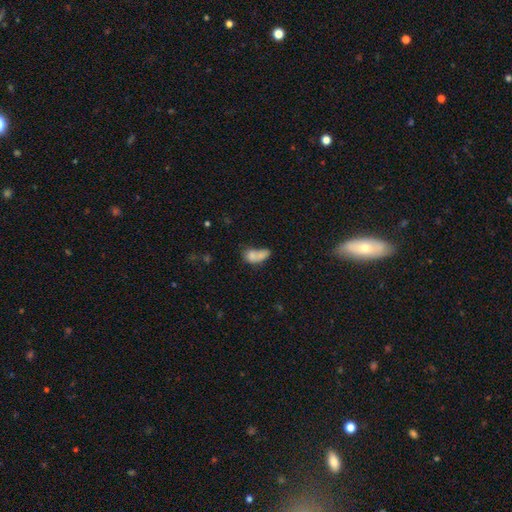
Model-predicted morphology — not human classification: This is likely a smooth galaxy (74%). How rounded: clearly in between (81%). Merging: possibly merger (54%).